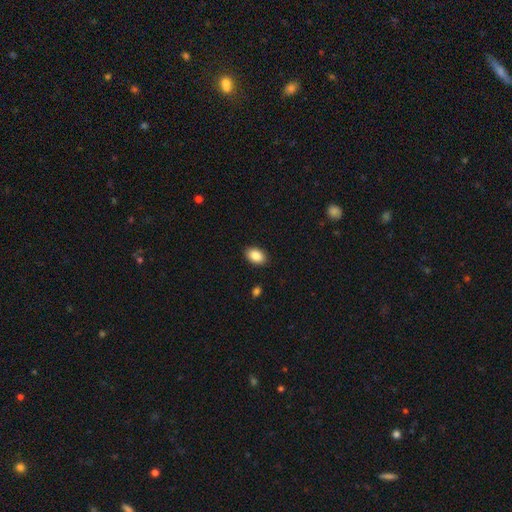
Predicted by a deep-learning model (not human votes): Smooth or featured?
  - smooth: 88% *
  - star or artifact: 7%
  - featured or disk: 5%
How rounded?
  - in between: 86% *
  - round: 12%
  - cigar-shaped: 1%
Merging?
  - none: 90% *
  - minor disturbance: 7%
  - major disturbance: 2%
  - merger: 1%